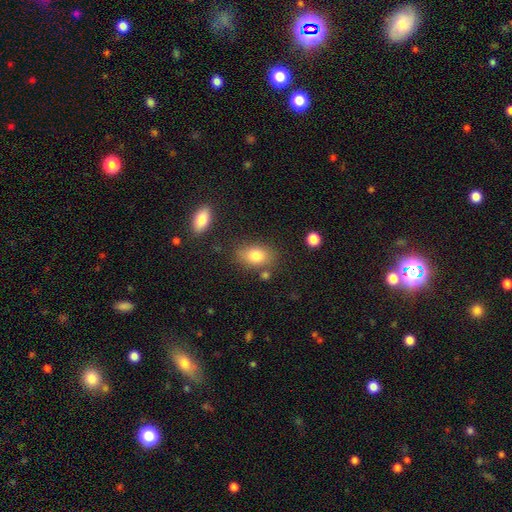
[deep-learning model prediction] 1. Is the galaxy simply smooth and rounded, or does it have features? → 81% smooth, 11% featured or disk, 9% star or artifact.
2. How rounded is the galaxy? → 85% in between, 13% round, 2% cigar-shaped.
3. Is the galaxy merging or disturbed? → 75% none, 15% minor disturbance, 7% merger, 4% major disturbance.